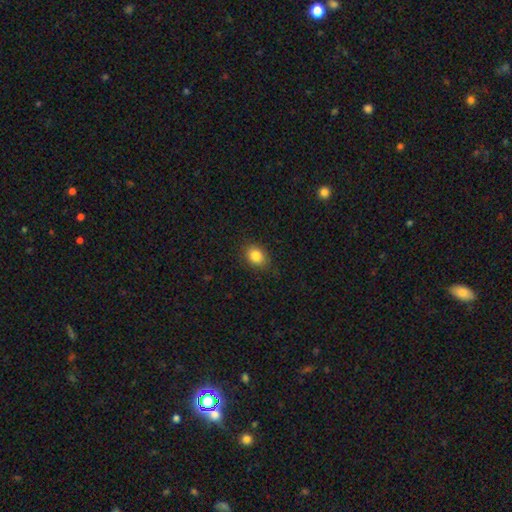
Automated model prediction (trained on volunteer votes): smooth 83%, star or artifact 10%, featured or disk 7%. Down the decision tree: how rounded — in between (56%); merging — none (83%).